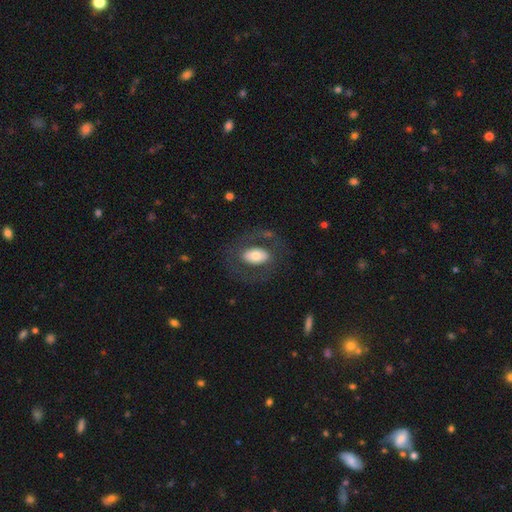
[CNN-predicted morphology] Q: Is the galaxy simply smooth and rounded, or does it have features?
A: smooth — 55%.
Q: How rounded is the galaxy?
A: in between — 89%.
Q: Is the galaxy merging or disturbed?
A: none — 72%.